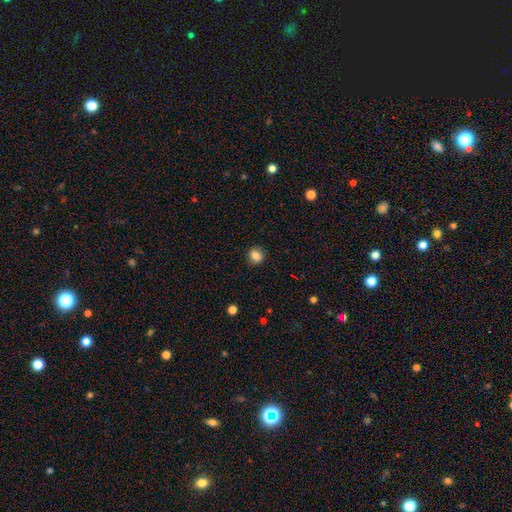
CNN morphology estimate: smooth-or-featured: smooth: 83% | star or artifact: 10% | featured or disk: 6%
  how-rounded: round: 78% | in between: 21% | cigar-shaped: 1%
  merging: none: 88% | minor disturbance: 9% | major disturbance: 2% | merger: 1%